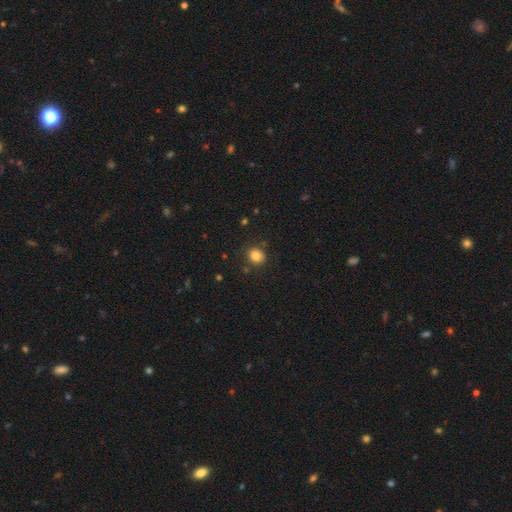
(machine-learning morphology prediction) type=smooth (83%); roundness=round (63%); merging=none (82%).